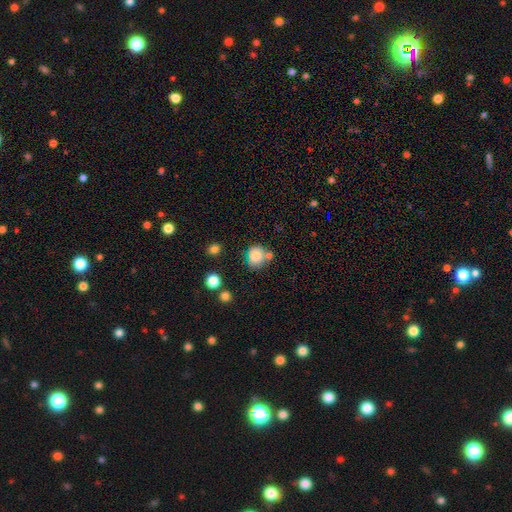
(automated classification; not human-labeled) This is clearly a smooth galaxy (80%). How rounded: likely round (79%). Merging: possibly none (55%).